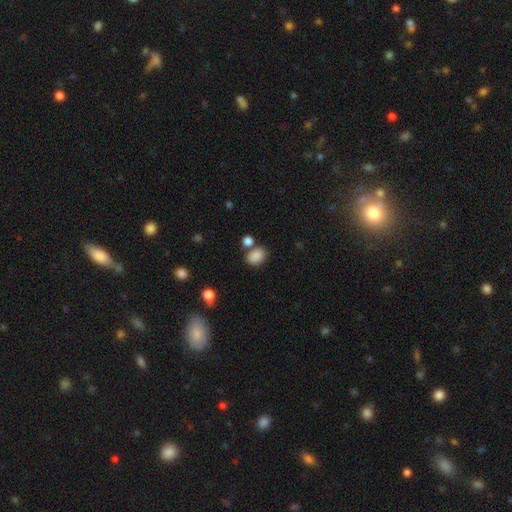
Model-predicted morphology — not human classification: smooth_or_featured: smooth (p=0.86) [alt: star or artifact p=0.09]
how_rounded: in between (p=0.75) [alt: round p=0.24]
merging: none (p=0.65) [alt: merger p=0.17]